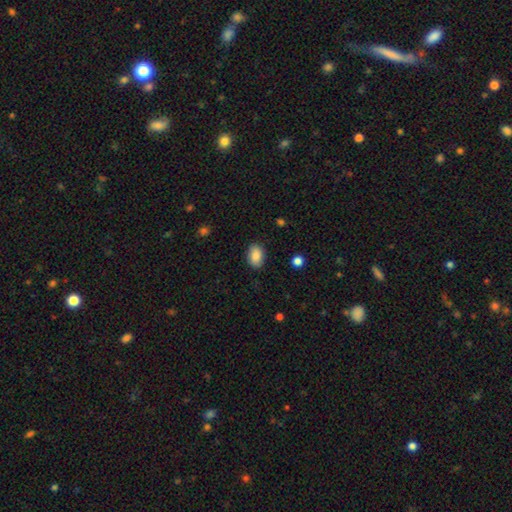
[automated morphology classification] Smooth or featured? smooth (87%)
How rounded? in between (85%)
Merging? none (86%)